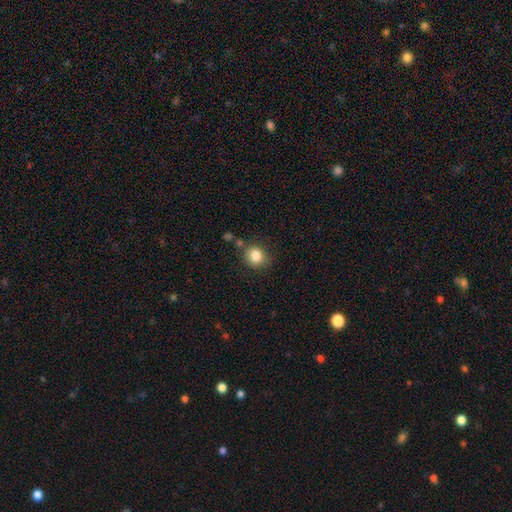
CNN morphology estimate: Smooth or featured?
  - smooth: 84% *
  - star or artifact: 10%
  - featured or disk: 6%
How rounded?
  - round: 82% *
  - in between: 17%
  - cigar-shaped: 1%
Merging?
  - none: 80% *
  - minor disturbance: 11%
  - merger: 6%
  - major disturbance: 3%